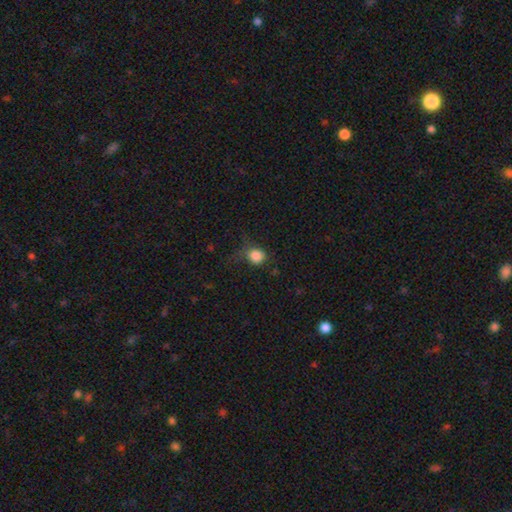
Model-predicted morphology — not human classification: Smooth or featured? smooth (84%)
How rounded? round (75%)
Merging? none (49%)